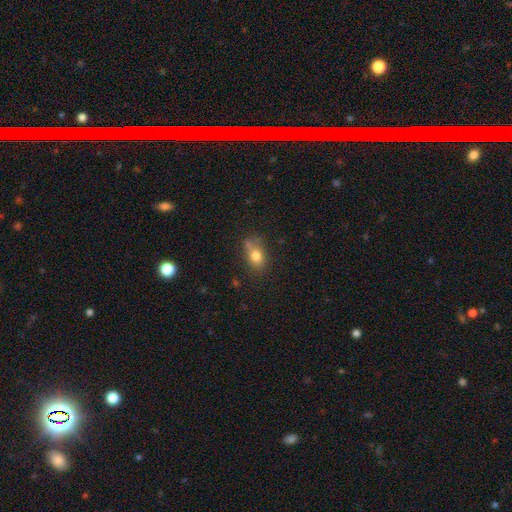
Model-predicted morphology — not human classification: This appears to be a smooth galaxy with no disk features (76%) that is in between round and cigar-shaped (71%). Merging: none (54%).